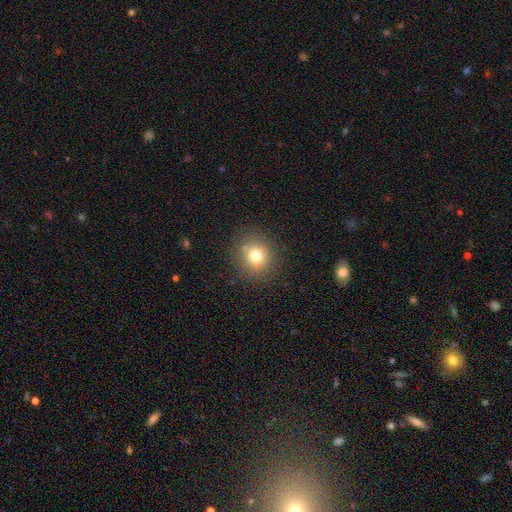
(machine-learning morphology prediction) Smooth or featured? smooth (76%)
How rounded? round (85%)
Merging? none (84%)